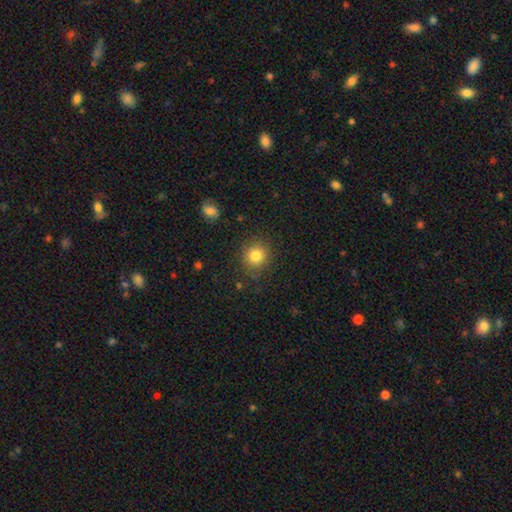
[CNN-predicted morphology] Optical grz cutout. It shows a smooth galaxy with no disk features (83%) that is round (88%). Merging: none (86%).